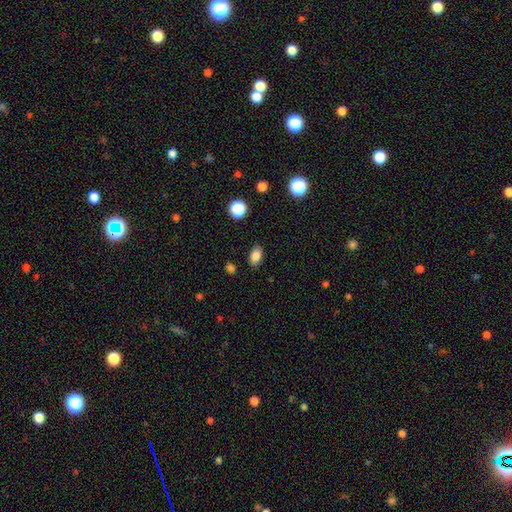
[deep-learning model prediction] Smooth or featured? Predicted: smooth (p=0.85). How rounded? Predicted: in between (p=0.87). Merging? Predicted: none (p=0.86).